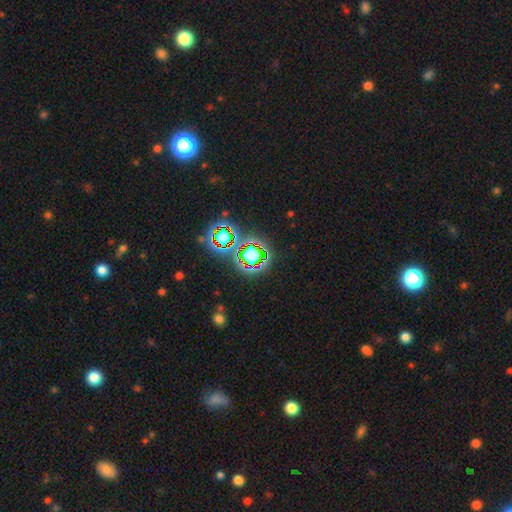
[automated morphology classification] Q: Smooth or featured?
A: star or artifact (66%); runner-up: smooth (21%)